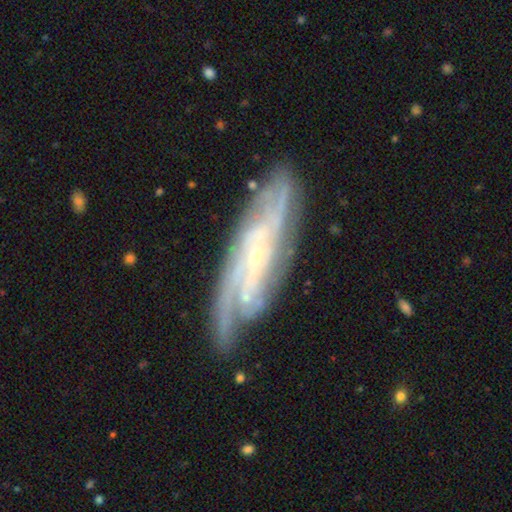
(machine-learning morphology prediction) A featured or disk galaxy (86%) with no bar (61%), tight (56%) spiral arms (96%) and a small central bulge (83%).

Vote fractions:
- Smooth or featured? featured or disk: 86% / smooth: 8% / star or artifact: 6%
- Edge-on disk? no: 82% / yes: 18%
- Bar? no: 61% / weak: 28% / strong: 11%
- Spiral arms? yes: 96% / no: 4%
- Spiral winding? tight: 56% / medium: 35% / loose: 9%
- Spiral arm count? can't tell: 31% / 3: 21% / 2: 18% / 4: 18% / more than 4: 8% / 1: 6%
- Bulge size? small: 83% / moderate: 13% / none: 2% / large: 1% / dominant: 1%
- Merging? none: 77% / minor disturbance: 16% / major disturbance: 5% / merger: 2%